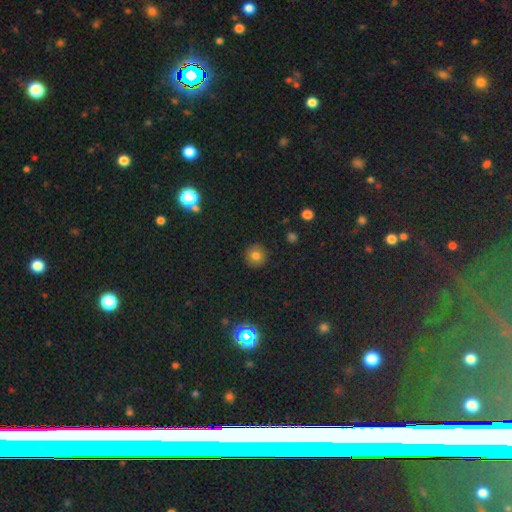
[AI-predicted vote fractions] Overall: smooth (77%). How rounded: round (94%). Merging: none (91%).